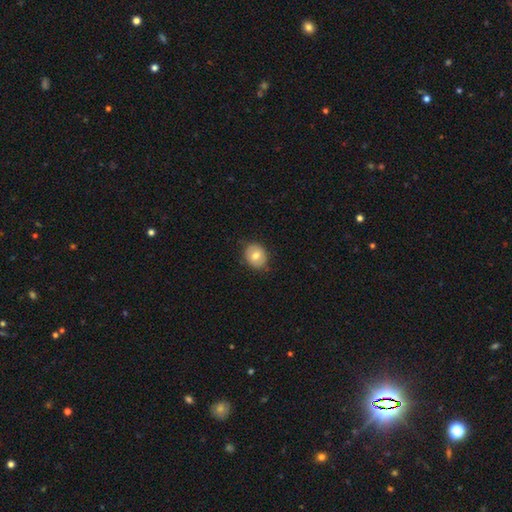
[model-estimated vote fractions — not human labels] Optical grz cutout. It shows a smooth galaxy with no disk features (74%) that is round (63%). Merging: none (81%).